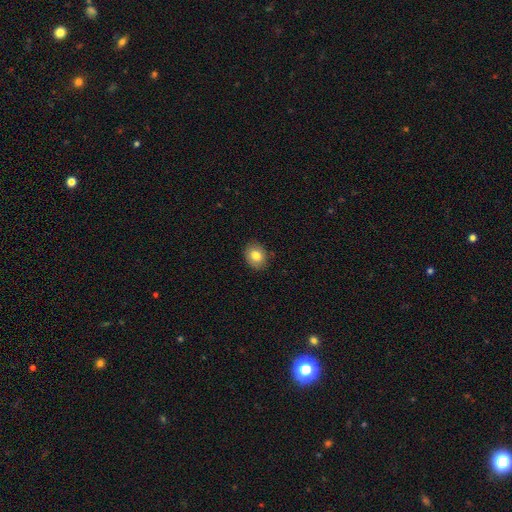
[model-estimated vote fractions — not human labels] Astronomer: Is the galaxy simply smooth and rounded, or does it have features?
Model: smooth — 82%.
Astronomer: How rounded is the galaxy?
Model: round — 53% (runner-up: in between, 46%).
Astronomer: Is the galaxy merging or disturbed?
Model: none — 88%.